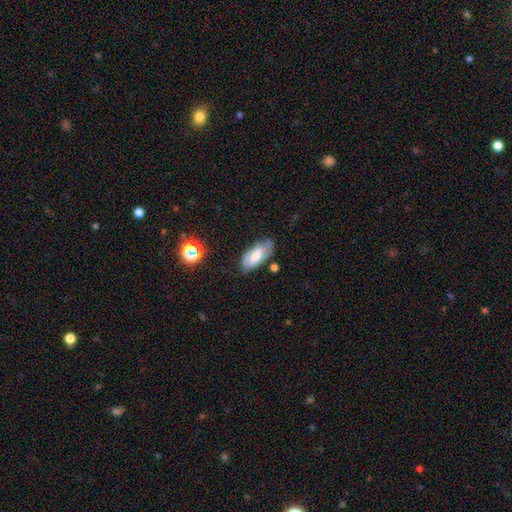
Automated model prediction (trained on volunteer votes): Smooth or featured?
  - featured or disk: 56% *
  - smooth: 36%
  - star or artifact: 8%
Edge-on disk?
  - no: 90% *
  - yes: 10%
Merging?
  - none: 69% *
  - minor disturbance: 22%
  - major disturbance: 6%
  - merger: 3%